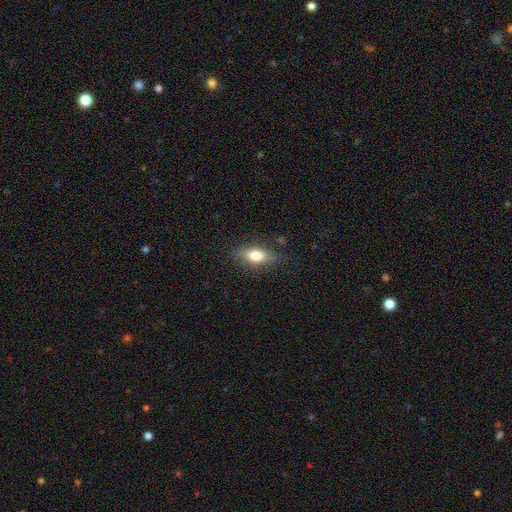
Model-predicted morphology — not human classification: A smooth galaxy with no disk features (66%) that is in between round and cigar-shaped (71%).

Vote fractions:
- Smooth or featured? smooth: 66% / featured or disk: 26% / star or artifact: 8%
- How rounded? in between: 71% / cigar-shaped: 22% / round: 7%
- Merging? none: 82% / minor disturbance: 13% / major disturbance: 3% / merger: 1%